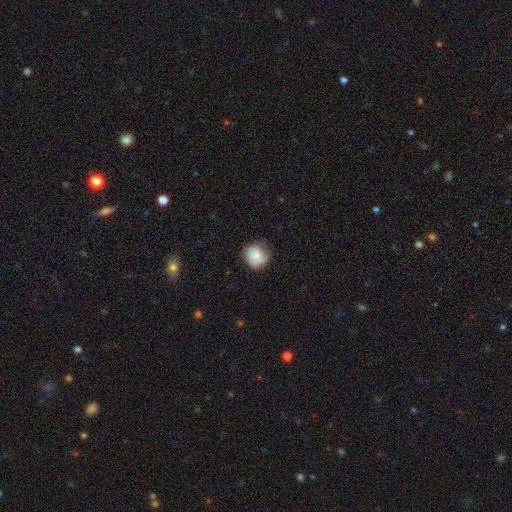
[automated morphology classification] This is possibly a smooth galaxy (48%). Merging: likely none (65%).